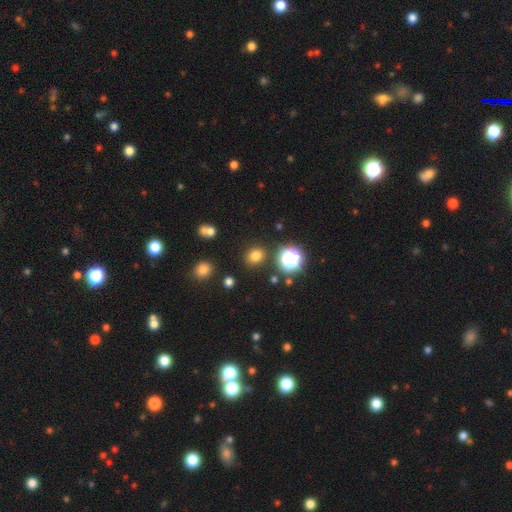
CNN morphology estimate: A smooth galaxy with no disk features (75%) that is round (72%). Merging: none (86%).